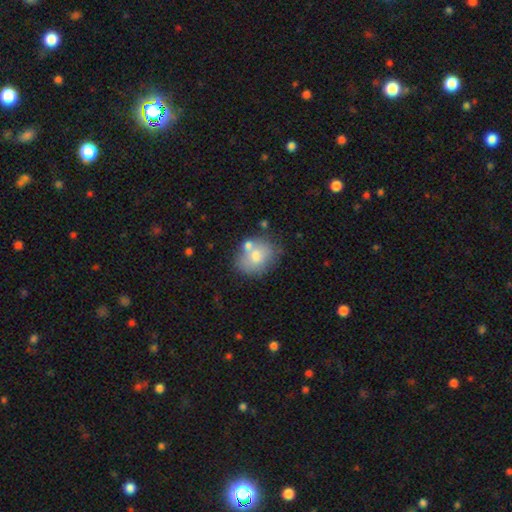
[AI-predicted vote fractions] smooth_or_featured: smooth (p=0.69) [alt: featured or disk p=0.23]
how_rounded: round (p=0.51) [alt: in between p=0.48]
merging: none (p=0.58) [alt: minor disturbance p=0.19]